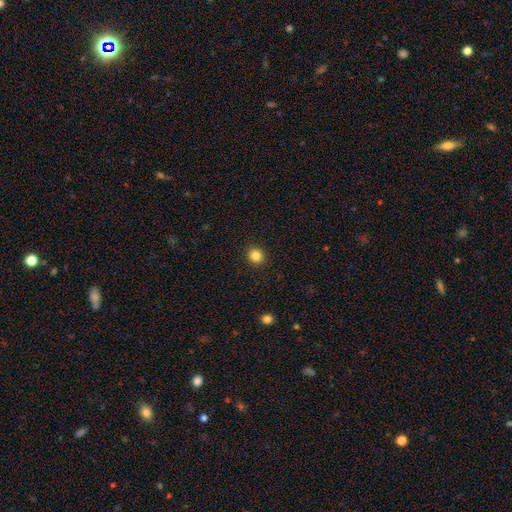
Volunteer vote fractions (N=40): Morphology: type=smooth (82%); roundness=round (91%); merging=none (97%).